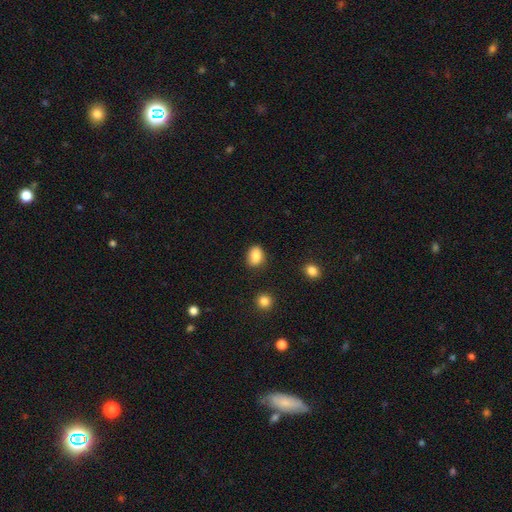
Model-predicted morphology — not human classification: A smooth galaxy with no disk features (85%) that is in between round and cigar-shaped (67%). Merging: none (78%).